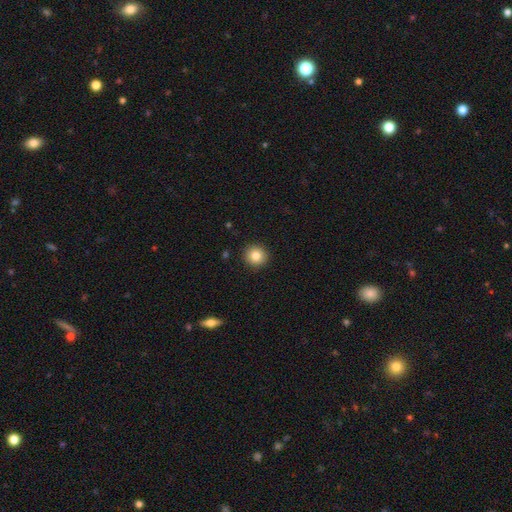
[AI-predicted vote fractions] Morphology: type=smooth (84%); roundness=round (94%); merging=none (92%).